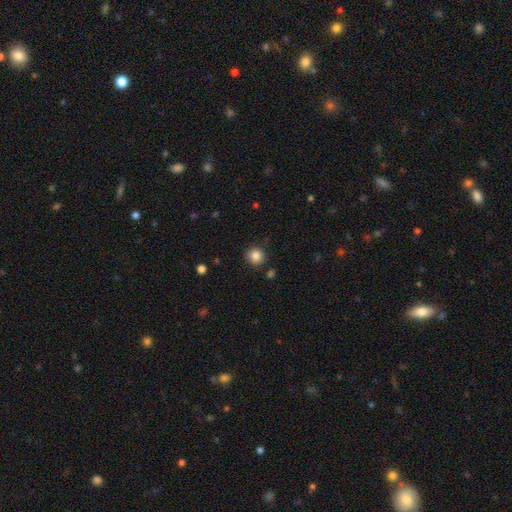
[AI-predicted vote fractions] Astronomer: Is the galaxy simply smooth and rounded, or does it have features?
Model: smooth — 85%.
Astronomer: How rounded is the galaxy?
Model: round — 91%.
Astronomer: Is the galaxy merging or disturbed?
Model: none — 84%.